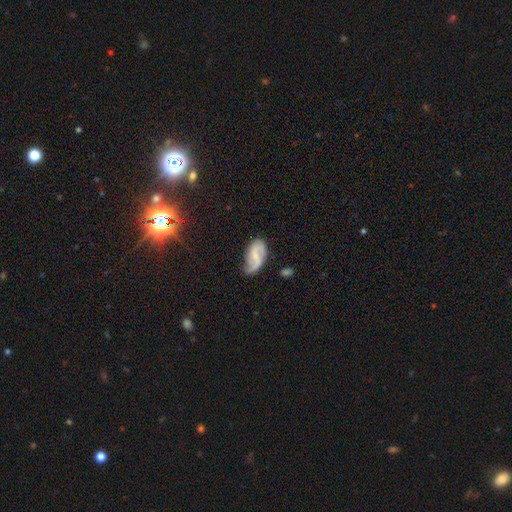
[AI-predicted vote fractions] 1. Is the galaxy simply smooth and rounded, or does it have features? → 64% featured or disk, 29% smooth, 7% star or artifact.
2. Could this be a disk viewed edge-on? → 96% no, 4% yes.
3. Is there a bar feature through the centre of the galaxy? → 45% weak, 38% no, 16% strong.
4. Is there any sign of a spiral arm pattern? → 90% yes, 10% no.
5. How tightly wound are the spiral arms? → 51% loose, 34% medium, 15% tight.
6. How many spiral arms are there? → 71% 2, 15% 1, 9% can't tell, 2% 3, 1% 4, 1% more than 4.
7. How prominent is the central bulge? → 54% small, 21% none, 21% moderate, 2% large, 1% dominant.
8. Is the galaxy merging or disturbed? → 49% none, 33% minor disturbance, 15% major disturbance, 3% merger.